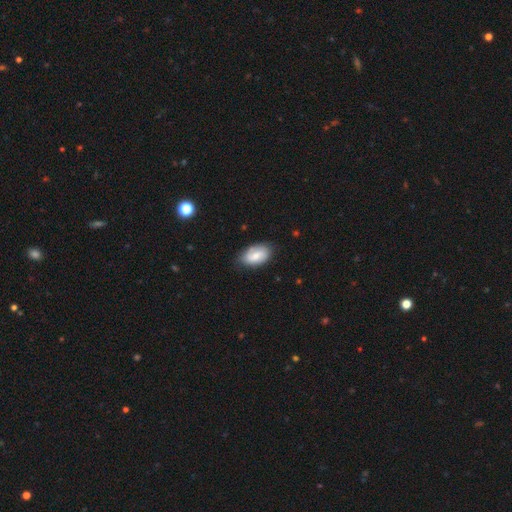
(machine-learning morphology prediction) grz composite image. It shows a smooth galaxy with no disk features (65%) that is in between round and cigar-shaped (93%). Merging: none (72%).